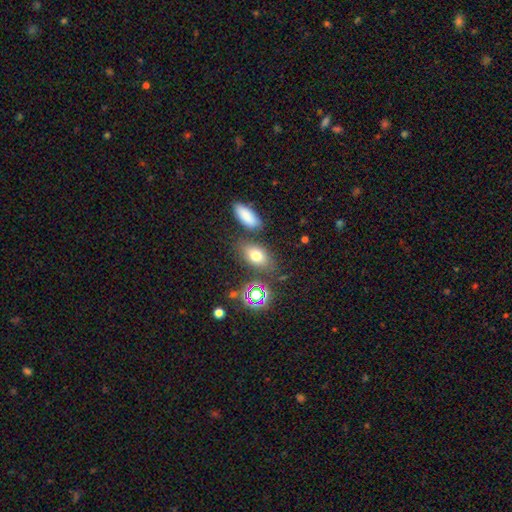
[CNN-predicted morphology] Smooth or featured?
  - smooth: 70% *
  - star or artifact: 16%
  - featured or disk: 14%
How rounded?
  - in between: 83% *
  - round: 13%
  - cigar-shaped: 4%
Merging?
  - none: 74% *
  - minor disturbance: 12%
  - merger: 9%
  - major disturbance: 4%